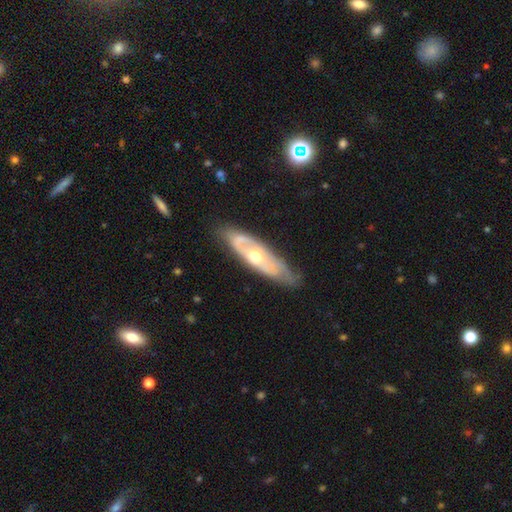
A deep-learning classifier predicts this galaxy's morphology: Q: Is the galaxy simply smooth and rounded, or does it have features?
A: featured or disk — 68%.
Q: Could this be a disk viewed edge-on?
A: no — 71%.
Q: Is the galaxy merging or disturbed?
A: none — 69%.